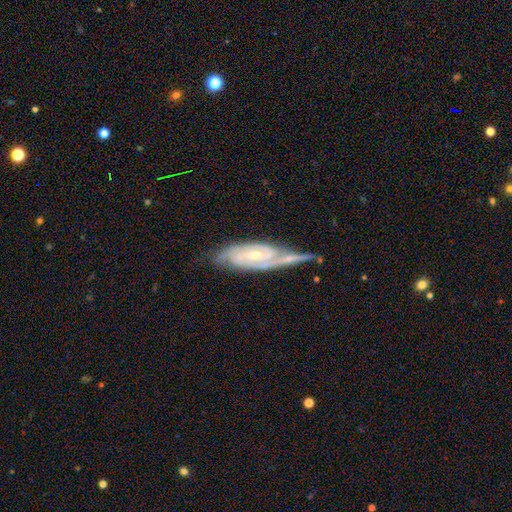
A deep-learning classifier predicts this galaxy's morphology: The model was most divided on "bar": weak: 43%, no: 38%, strong: 19%. More confident: spiral arms — yes (97%); edge-on disk — no (91%); smooth or featured — featured or disk (87%); spiral arm count — 2 (71%); bulge size — small (60%); spiral winding — tight (56%); merging — none (55%).